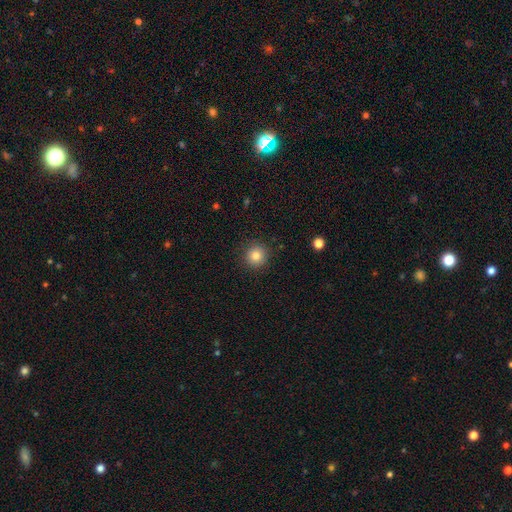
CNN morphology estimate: Smooth or featured?
  - smooth: 82% *
  - star or artifact: 11%
  - featured or disk: 6%
How rounded?
  - round: 94% *
  - in between: 5%
  - cigar-shaped: 1%
Merging?
  - none: 91% *
  - minor disturbance: 6%
  - major disturbance: 2%
  - merger: 1%